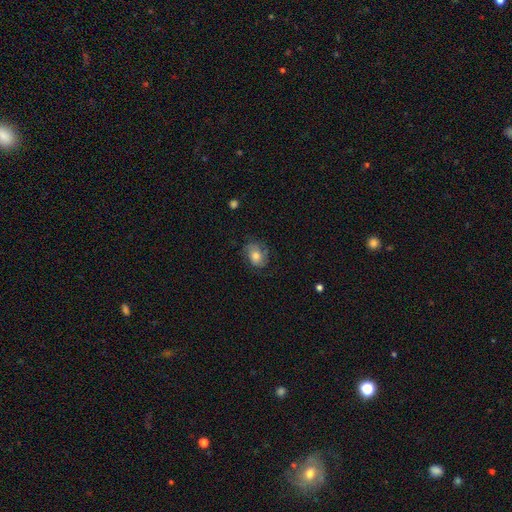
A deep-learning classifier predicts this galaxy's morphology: Smooth or featured?
  - smooth: 47% *
  - featured or disk: 44%
  - star or artifact: 9%
Merging?
  - none: 65% *
  - minor disturbance: 22%
  - major disturbance: 11%
  - merger: 1%